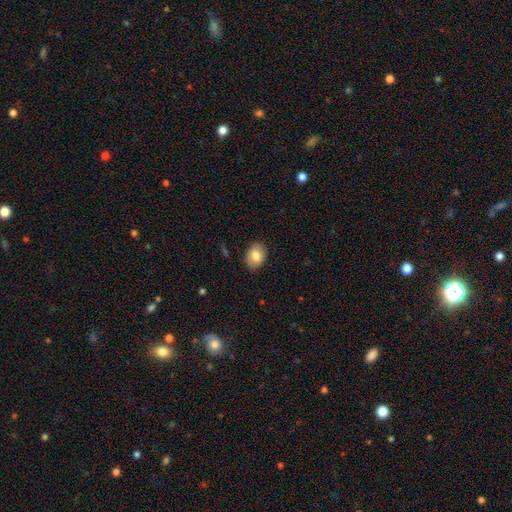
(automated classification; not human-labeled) This is clearly a smooth galaxy (82%). How rounded: likely in between (71%). Merging: clearly none (88%).